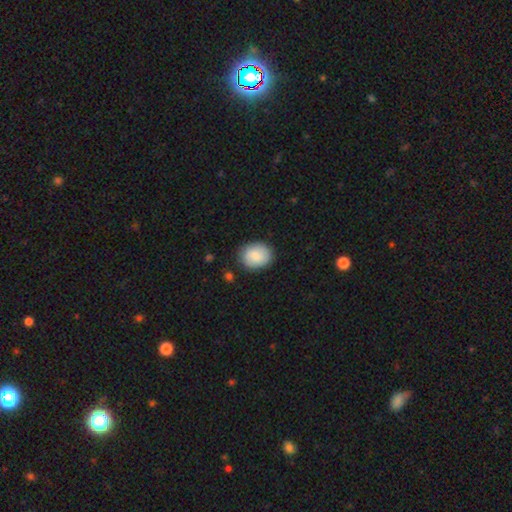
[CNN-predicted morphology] smooth-or-featured: smooth: 84% | featured or disk: 10% | star or artifact: 6%
  how-rounded: round: 56% | in between: 43% | cigar-shaped: 1%
  merging: none: 85% | minor disturbance: 11% | major disturbance: 3% | merger: 2%